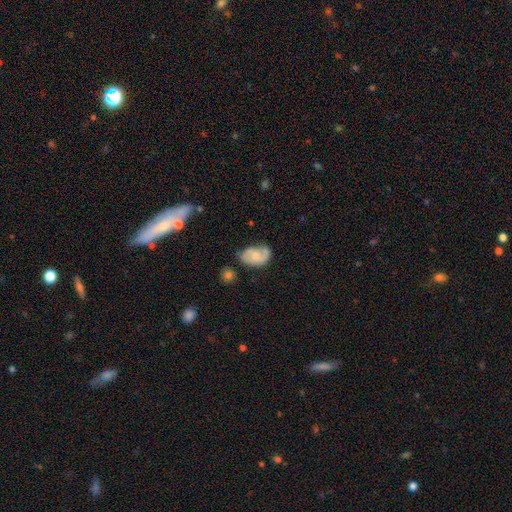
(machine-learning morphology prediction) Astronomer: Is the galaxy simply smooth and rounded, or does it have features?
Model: featured or disk — 51% (runner-up: smooth, 42%).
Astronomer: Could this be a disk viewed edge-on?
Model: no — 97%.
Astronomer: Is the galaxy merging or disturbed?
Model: none — 48% (runner-up: minor disturbance, 29%).